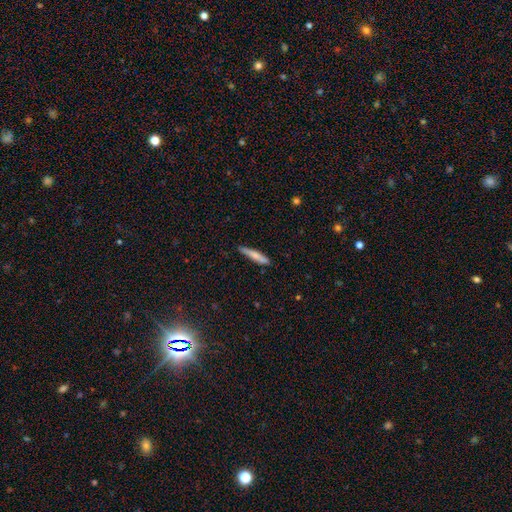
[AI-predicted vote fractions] Morphology: type=smooth (70%); roundness=cigar-shaped (92%); merging=none (85%).